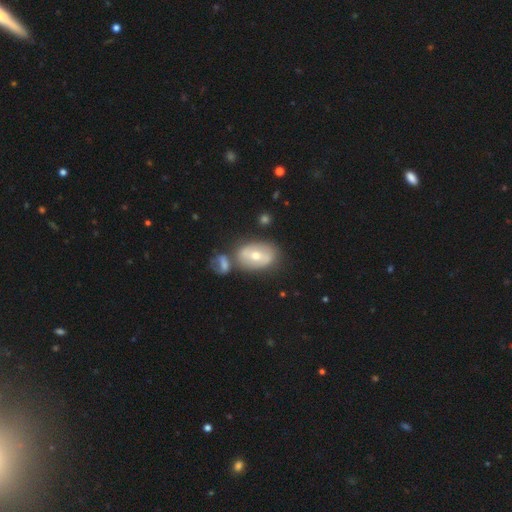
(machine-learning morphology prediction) Smooth or featured? Predicted: featured or disk (p=0.51). Edge-on disk? Predicted: no (p=0.92). Merging? Predicted: none (p=0.58).